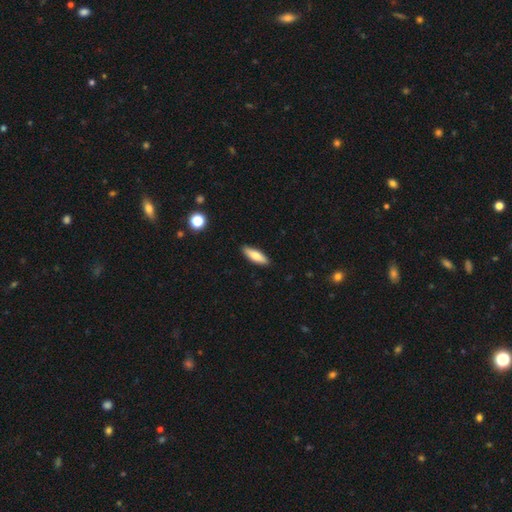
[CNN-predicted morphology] A smooth galaxy with no disk features (73%) that is in between round and cigar-shaped (49%, tied with cigar-shaped).

Vote fractions:
- Smooth or featured? smooth: 73% / featured or disk: 20% / star or artifact: 6%
- How rounded? in between: 49% (tied) / cigar-shaped: 49% (tied) / round: 2%
- Merging? none: 89% / minor disturbance: 8% / major disturbance: 2% / merger: 1%